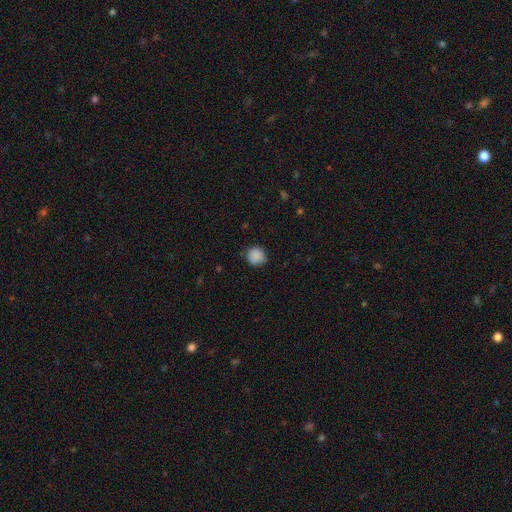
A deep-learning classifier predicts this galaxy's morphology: Smooth or featured: smooth — 87% (star or artifact — 9%)
How rounded: round — 89% (in between — 10%)
Merging: none — 81% (minor disturbance — 15%)